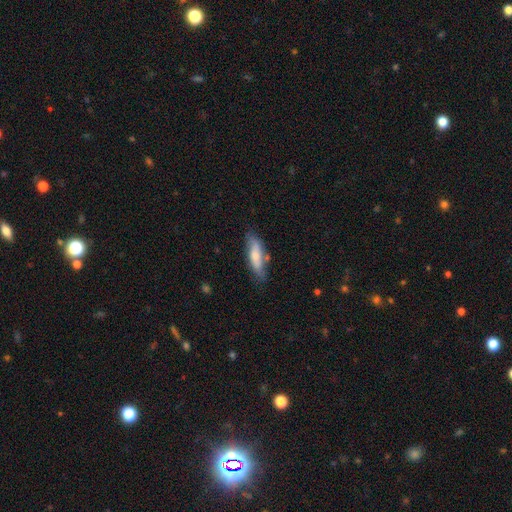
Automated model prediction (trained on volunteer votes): A smooth galaxy with no disk features (64%) that is cigar-shaped (52%). Merging: none (64%).